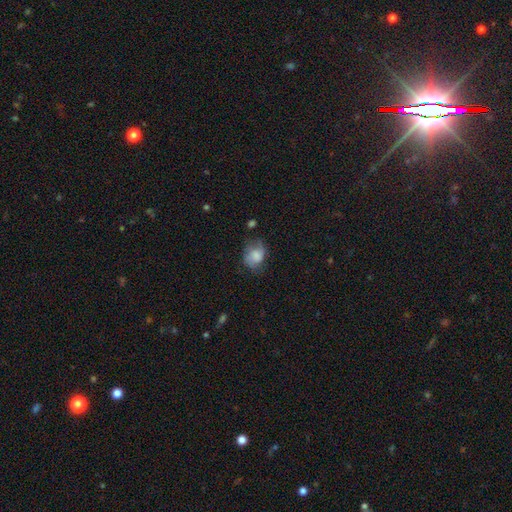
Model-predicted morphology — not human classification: A smooth galaxy with no disk features (66%) that is in between round and cigar-shaped (59%). Merging: none (51%).